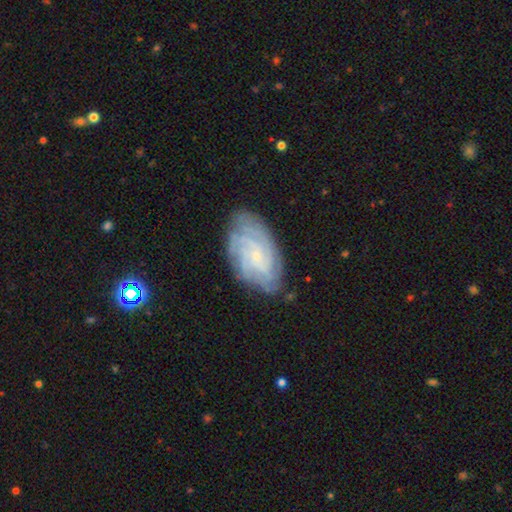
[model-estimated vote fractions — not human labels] Smooth or featured? Predicted: featured or disk (p=0.82). Edge-on disk? Predicted: no (p=0.96). Bar? Predicted: no (p=0.63). Spiral arms? Predicted: yes (p=0.97). Spiral winding? Predicted: tight (p=0.74). Spiral arm count? Predicted: can't tell (p=0.31). Bulge size? Predicted: small (p=0.81). Merging? Predicted: none (p=0.79).